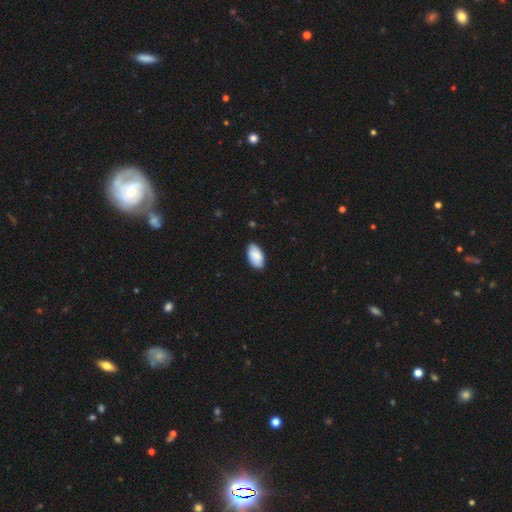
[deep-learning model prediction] The model was most divided on "merging": none: 84%, minor disturbance: 13%, major disturbance: 2%, merger: 1%. More confident: how rounded — in between (95%); smooth or featured — smooth (84%).